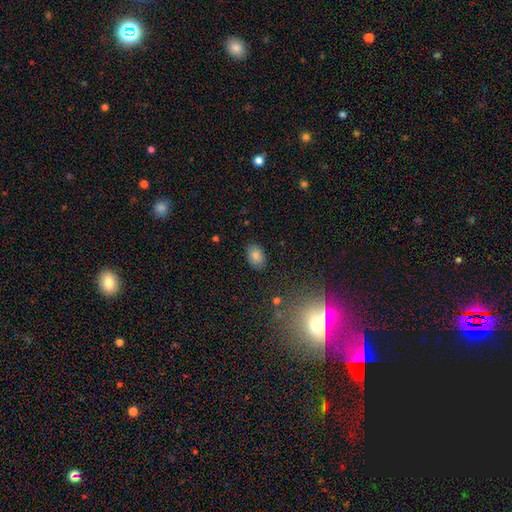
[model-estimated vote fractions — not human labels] This appears to be a smooth galaxy with no disk features (84%) that is in between round and cigar-shaped (79%). Merging: none (86%).